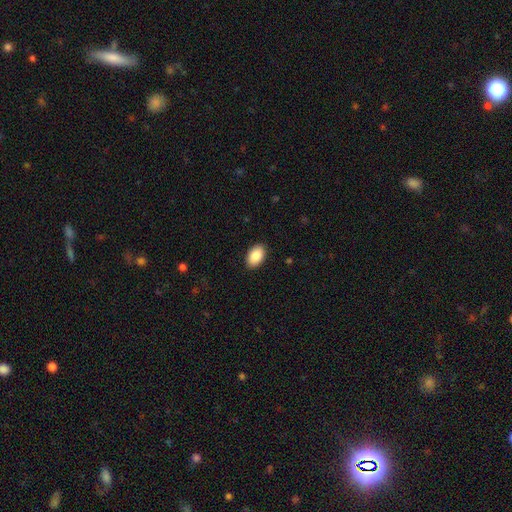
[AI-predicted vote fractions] Q: Smooth or featured?
A: smooth (89%); runner-up: star or artifact (6%)
Q: How rounded?
A: in between (93%); runner-up: round (6%)
Q: Merging?
A: none (89%); runner-up: minor disturbance (8%)